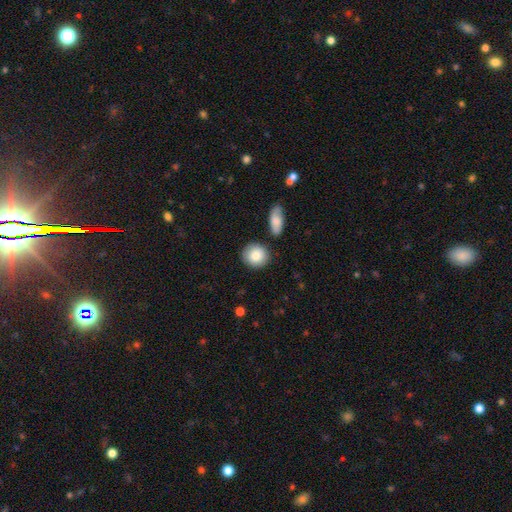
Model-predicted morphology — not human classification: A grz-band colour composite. It shows a smooth galaxy with no disk features (83%) that is round (86%). Merging: none (83%).